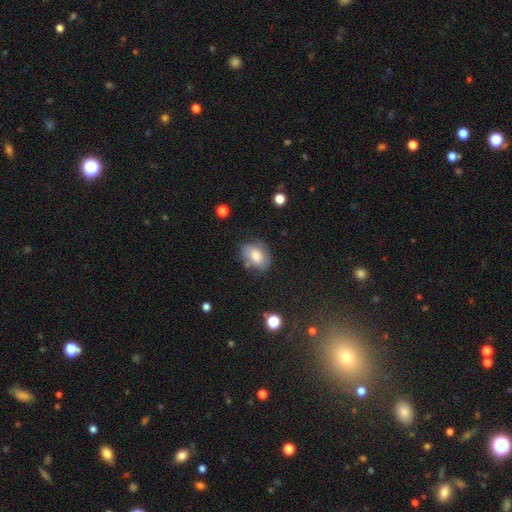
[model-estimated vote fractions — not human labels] Overall: smooth (68%). How rounded: in between (79%). Merging: none (63%; minor disturbance 25%).